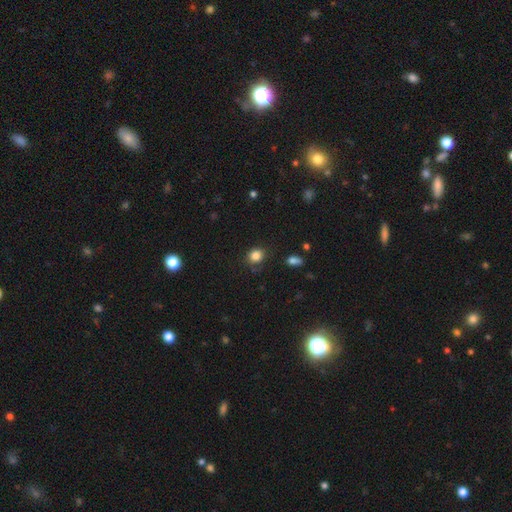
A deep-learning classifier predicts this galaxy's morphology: type=smooth (84%); roundness=round (78%); merging=none (79%).